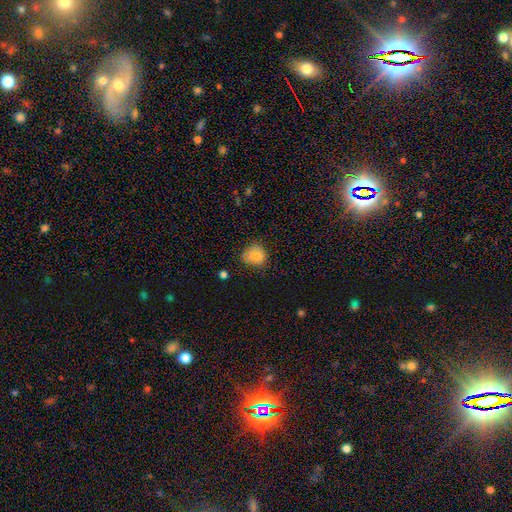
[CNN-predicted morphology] A smooth galaxy with no disk features (79%) that is round (70%). Merging: none (66%).